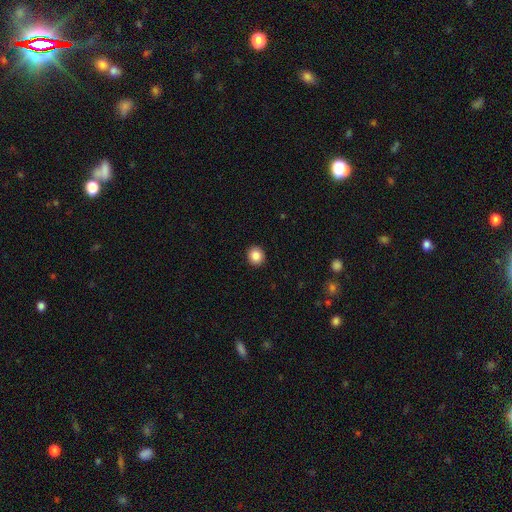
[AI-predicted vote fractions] A smooth galaxy with no disk features (87%) that is round (86%).

Vote fractions:
- Smooth or featured? smooth: 87% / star or artifact: 9% / featured or disk: 4%
- How rounded? round: 86% / in between: 13% / cigar-shaped: 1%
- Merging? none: 93% / minor disturbance: 5% / major disturbance: 2% / merger: 1%